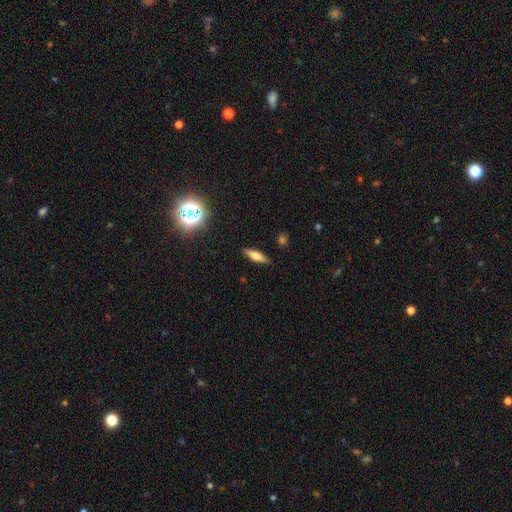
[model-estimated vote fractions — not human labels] A smooth galaxy with no disk features (48%).

Vote fractions:
- Smooth or featured? smooth: 48% / featured or disk: 42% / star or artifact: 10%
- Merging? none: 88% / minor disturbance: 9% / major disturbance: 2% / merger: 1%